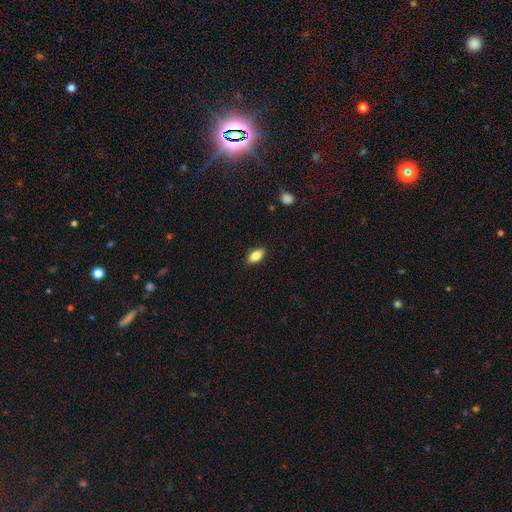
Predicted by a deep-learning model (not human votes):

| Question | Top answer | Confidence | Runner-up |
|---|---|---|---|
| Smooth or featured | smooth | 82% | featured or disk (10%) |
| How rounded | in between | 89% | cigar-shaped (7%) |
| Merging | none | 88% | minor disturbance (9%) |